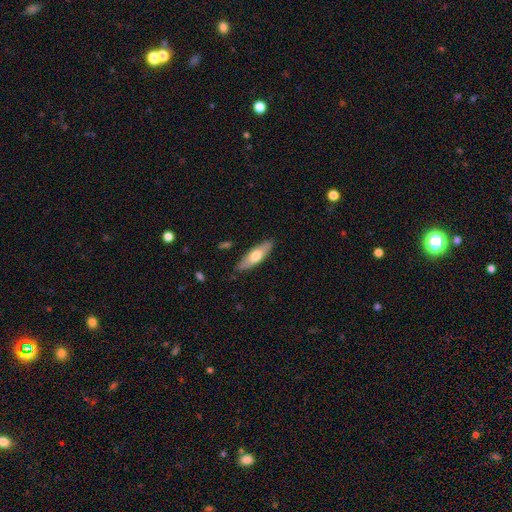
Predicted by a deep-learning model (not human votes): Smooth or featured: smooth — 61% (featured or disk — 33%)
How rounded: cigar-shaped — 50% (in between — 48%)
Merging: none — 85% (minor disturbance — 12%)